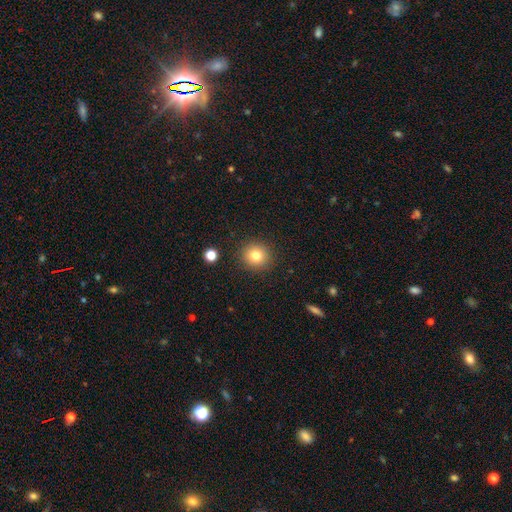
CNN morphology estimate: This is likely a smooth galaxy (80%). How rounded: clearly round (90%). Merging: clearly none (89%).